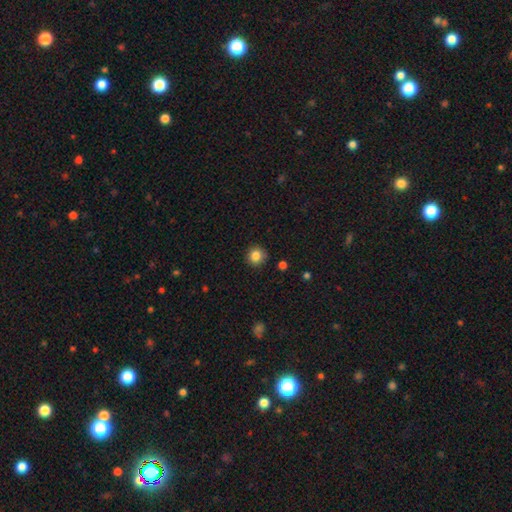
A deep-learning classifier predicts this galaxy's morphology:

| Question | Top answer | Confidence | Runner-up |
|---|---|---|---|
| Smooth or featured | smooth | 85% | star or artifact (11%) |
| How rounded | round | 93% | in between (6%) |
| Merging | none | 89% | minor disturbance (8%) |